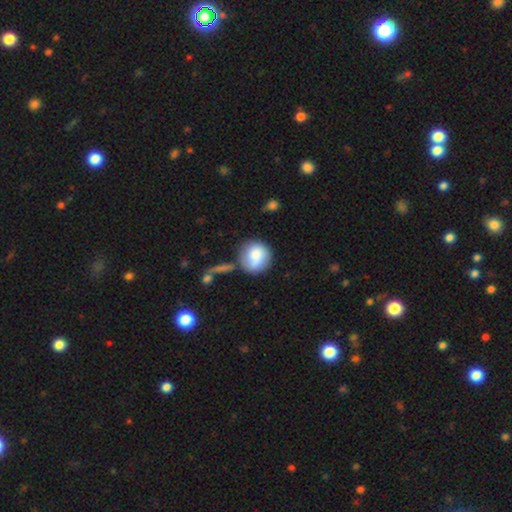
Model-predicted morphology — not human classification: smooth_or_featured: smooth (p=0.80) [alt: featured or disk p=0.13]
how_rounded: round (p=0.87) [alt: in between p=0.12]
merging: none (p=0.58) [alt: minor disturbance p=0.21]